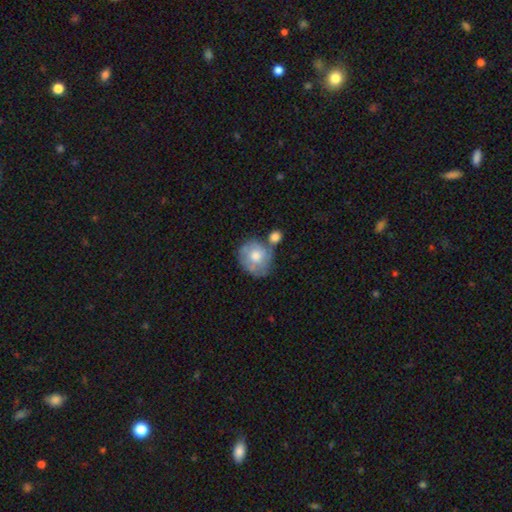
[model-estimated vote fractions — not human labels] A smooth galaxy with no disk features (58%) that is round (74%).

Vote fractions:
- Smooth or featured? smooth: 58% / featured or disk: 35% / star or artifact: 7%
- How rounded? round: 74% / in between: 25% / cigar-shaped: 1%
- Merging? none: 47% / merger: 23% / minor disturbance: 21% / major disturbance: 8%